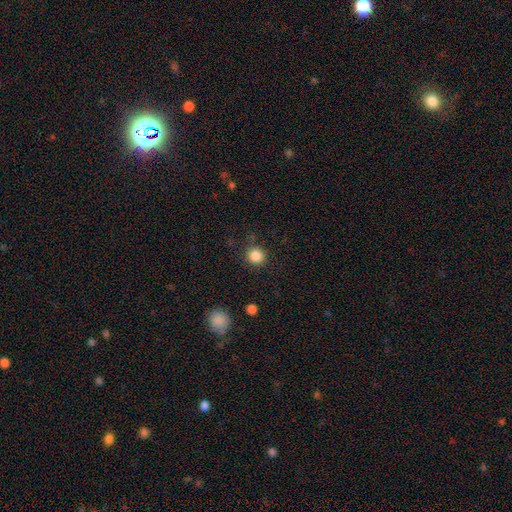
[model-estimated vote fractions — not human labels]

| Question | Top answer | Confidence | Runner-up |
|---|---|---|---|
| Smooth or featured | smooth | 86% | star or artifact (11%) |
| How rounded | round | 93% | in between (6%) |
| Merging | none | 87% | minor disturbance (8%) |